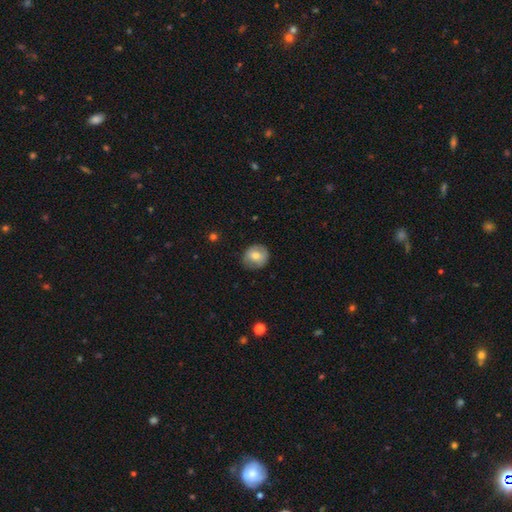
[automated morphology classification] Smooth or featured? Predicted: smooth (p=0.68). How rounded? Predicted: round (p=0.82). Merging? Predicted: none (p=0.83).